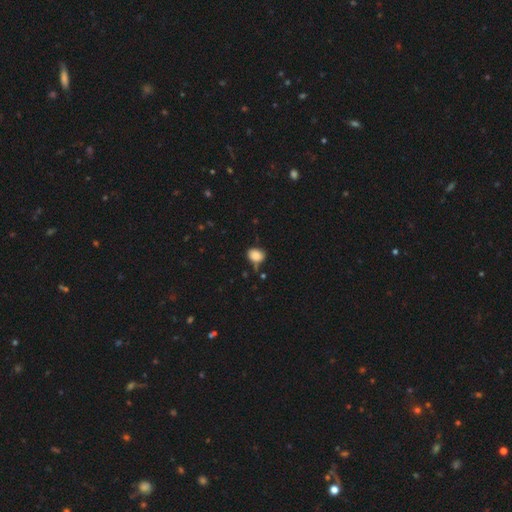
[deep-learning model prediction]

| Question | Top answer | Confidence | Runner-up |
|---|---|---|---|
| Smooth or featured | smooth | 87% | star or artifact (9%) |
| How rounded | in between | 67% | round (32%) |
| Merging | none | 65% | minor disturbance (22%) |